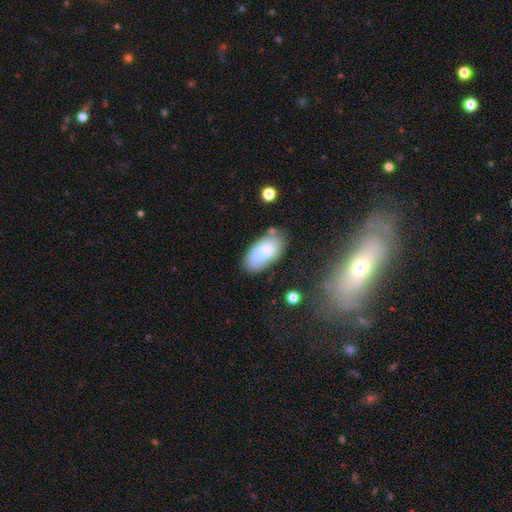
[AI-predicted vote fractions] This appears to be a smooth galaxy with no disk features (58%) that is in between round and cigar-shaped (93%). Merging: none (57%).